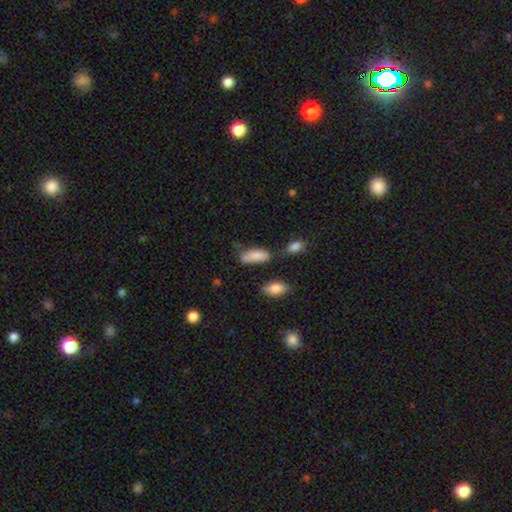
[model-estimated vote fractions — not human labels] This is clearly a smooth galaxy (81%). How rounded: clearly in between (80%). Merging: marginally none (45%).